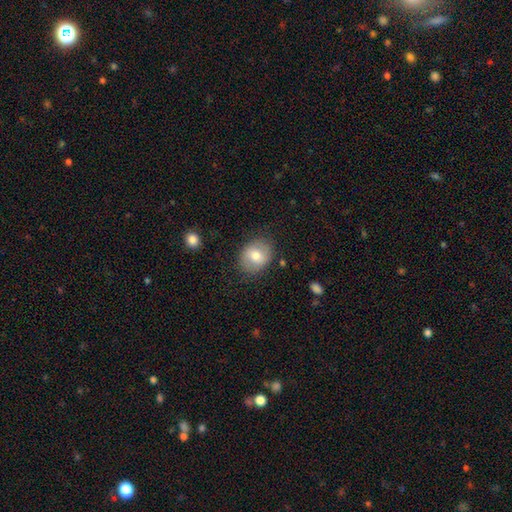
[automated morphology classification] type=smooth (71%); roundness=round (53%); merging=none (81%).